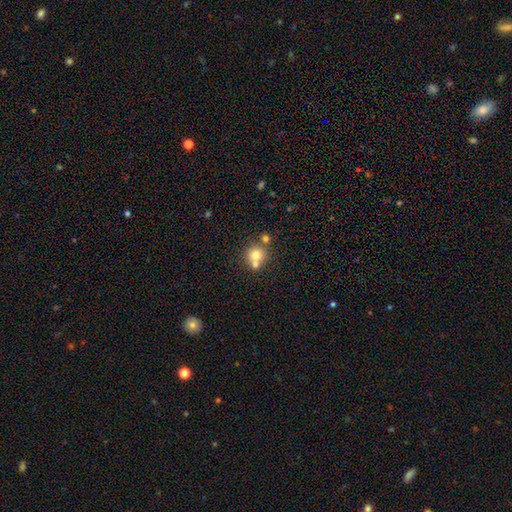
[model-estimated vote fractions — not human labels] A smooth galaxy with no disk features (72%) that is round (87%). Merging: none (48%).